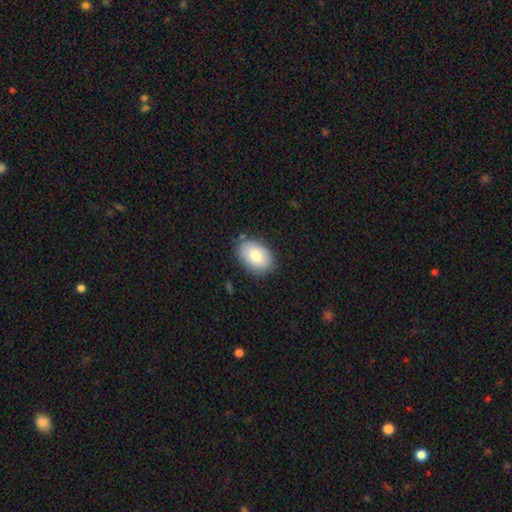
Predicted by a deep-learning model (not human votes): This is clearly a smooth galaxy (81%). How rounded: clearly in between (88%). Merging: clearly none (81%).